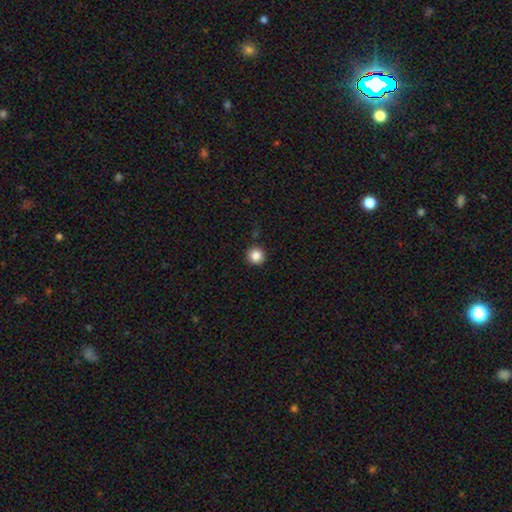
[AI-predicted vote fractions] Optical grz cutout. It shows a smooth galaxy with no disk features (85%) that is round (95%). Merging: none (90%).